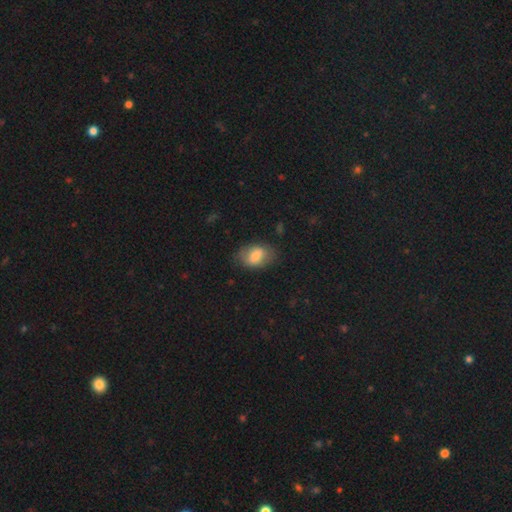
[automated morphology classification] This appears to be a smooth galaxy with no disk features (73%) that is in between round and cigar-shaped (86%). Merging: none (71%).